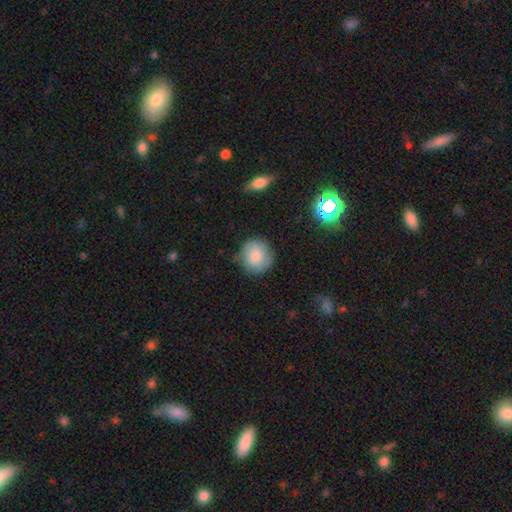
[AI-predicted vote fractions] smooth 80%, featured or disk 13%, star or artifact 8%. Down the decision tree: how rounded — round (91%); merging — none (79%).